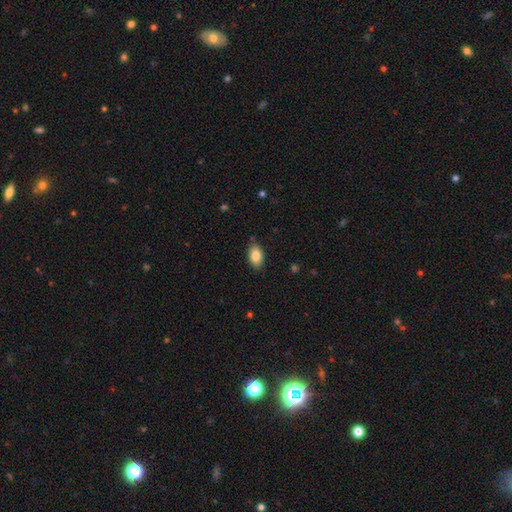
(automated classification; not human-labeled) This is clearly a smooth galaxy (84%). How rounded: clearly in between (91%). Merging: clearly none (84%).